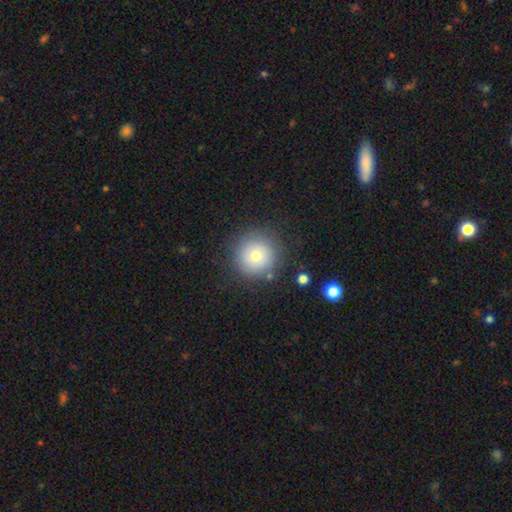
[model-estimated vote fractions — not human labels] smooth_or_featured: smooth (p=0.73) [alt: featured or disk p=0.15]
how_rounded: round (p=0.95) [alt: in between p=0.04]
merging: none (p=0.84) [alt: minor disturbance p=0.10]